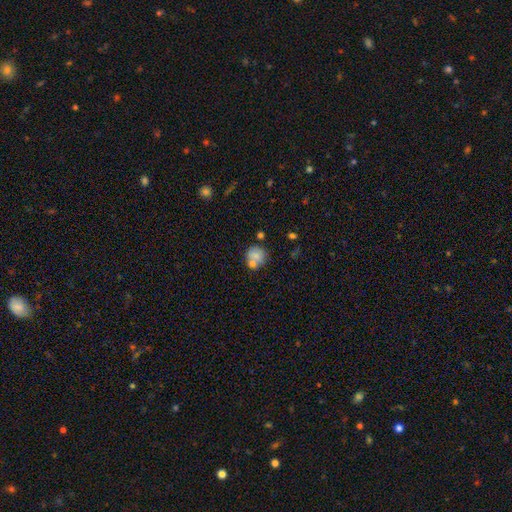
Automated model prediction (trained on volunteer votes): Smooth or featured: smooth — 75% (featured or disk — 16%)
How rounded: round — 81% (in between — 18%)
Merging: none — 52% (merger — 28%)